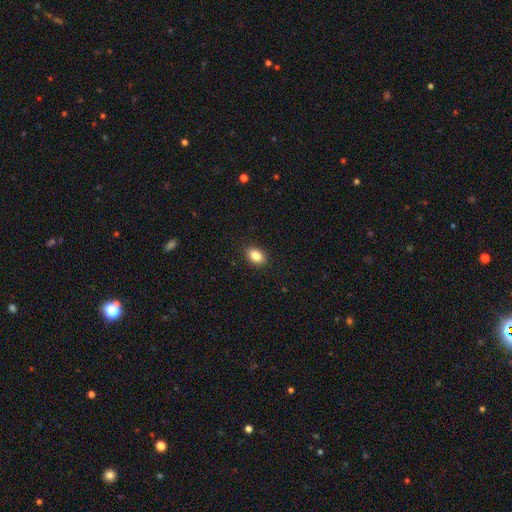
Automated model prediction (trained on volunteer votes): Overall: smooth (85%). How rounded: in between (84%). Merging: none (89%).